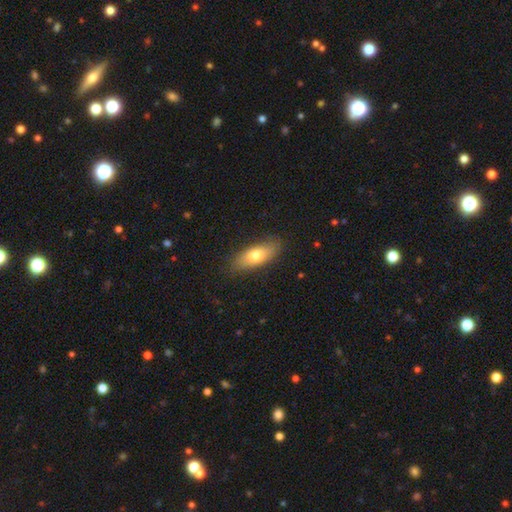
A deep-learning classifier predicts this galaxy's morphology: Smooth or featured?
  - smooth: 70% *
  - featured or disk: 24%
  - star or artifact: 7%
How rounded?
  - in between: 70% *
  - cigar-shaped: 26%
  - round: 4%
Merging?
  - none: 84% *
  - minor disturbance: 12%
  - major disturbance: 3%
  - merger: 1%